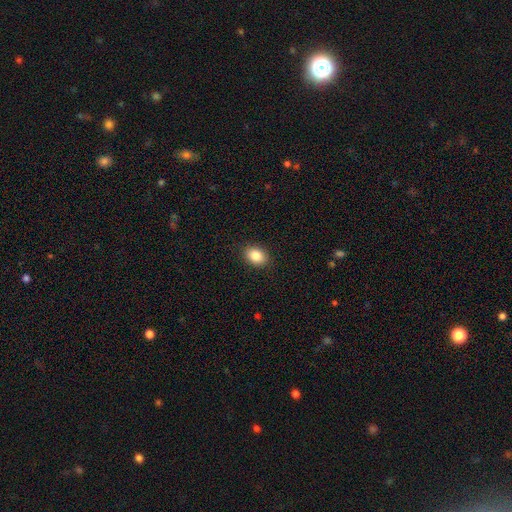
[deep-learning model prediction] This appears to be a smooth galaxy with no disk features (85%) that is in between round and cigar-shaped (67%). Merging: none (89%).